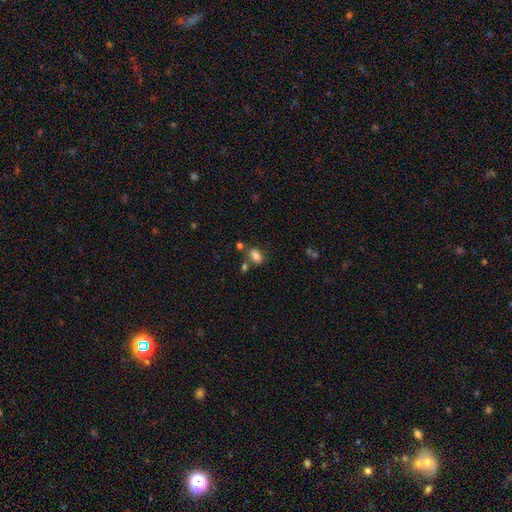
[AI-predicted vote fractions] Overall: smooth (81%). How rounded: in between (81%). Merging: none (62%).